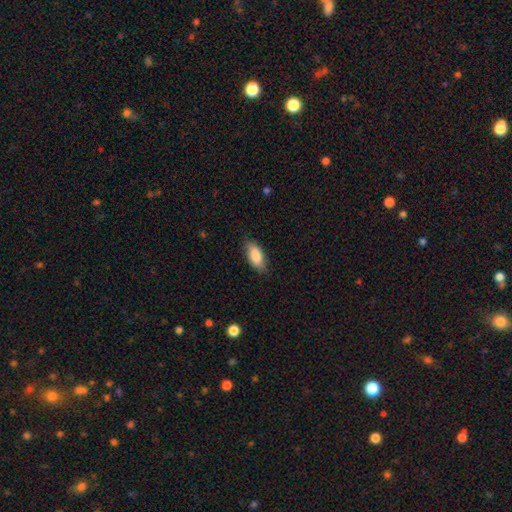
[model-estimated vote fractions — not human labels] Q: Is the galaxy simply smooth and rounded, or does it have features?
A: smooth — 85%.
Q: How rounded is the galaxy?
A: in between — 87%.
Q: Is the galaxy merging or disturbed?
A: none — 83%.